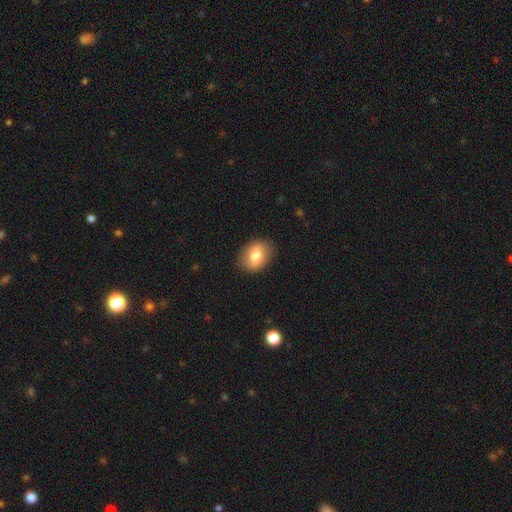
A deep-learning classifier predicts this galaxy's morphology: Smooth or featured? smooth (73%)
How rounded? in between (69%)
Merging? none (86%)